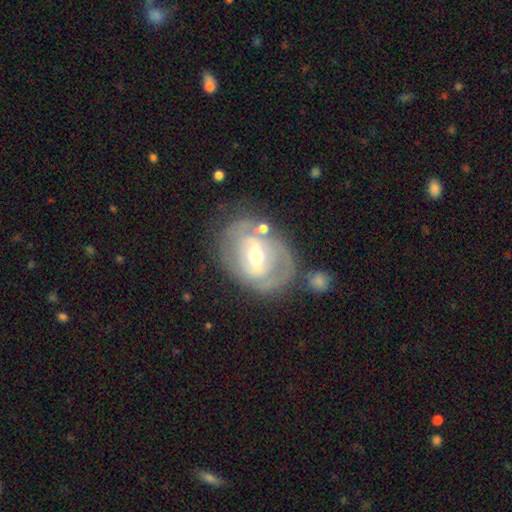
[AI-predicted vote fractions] smooth_or_featured: featured or disk (p=0.76) [alt: smooth p=0.18]
disk_edge_on: no (p=0.95) [alt: yes p=0.05]
bar: weak (p=0.43) [alt: no p=0.30]
has_spiral_arms: yes (p=0.67) [alt: no p=0.33]
bulge_size: moderate (p=0.66) [alt: small p=0.27]
merging: none (p=0.63) [alt: minor disturbance p=0.20]